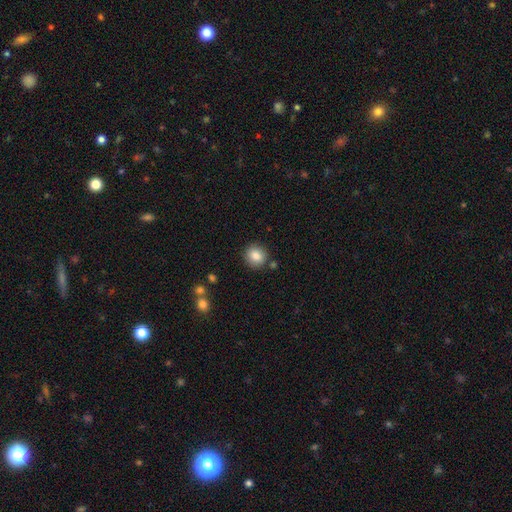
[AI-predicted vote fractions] Morphology: type=smooth (85%); roundness=round (87%); merging=none (85%).